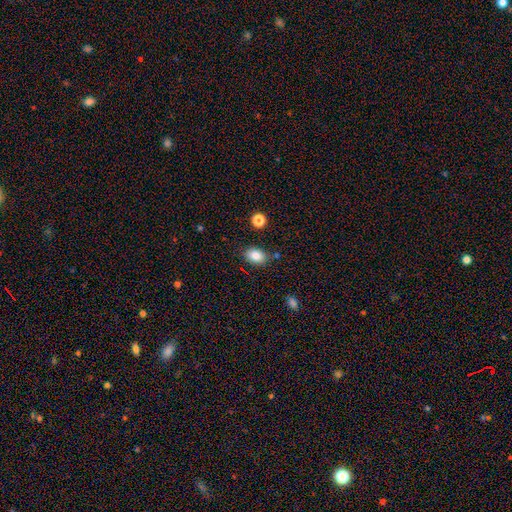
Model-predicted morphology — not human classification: smooth-or-featured: smooth: 85% | star or artifact: 9% | featured or disk: 7%
  how-rounded: in between: 82% | round: 17% | cigar-shaped: 1%
  merging: none: 81% | minor disturbance: 12% | merger: 5% | major disturbance: 3%